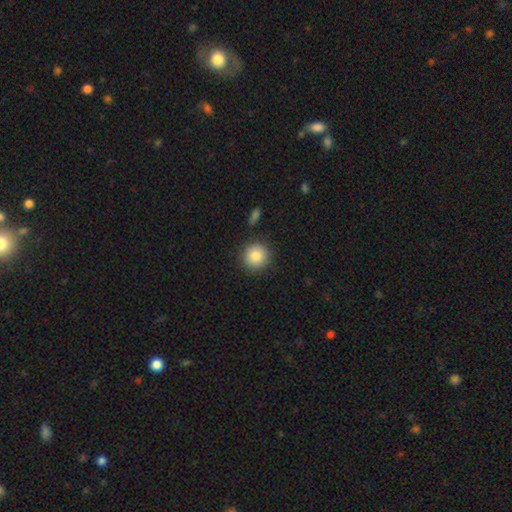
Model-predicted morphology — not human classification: This is clearly a smooth galaxy (85%). How rounded: clearly round (92%). Merging: clearly none (88%).